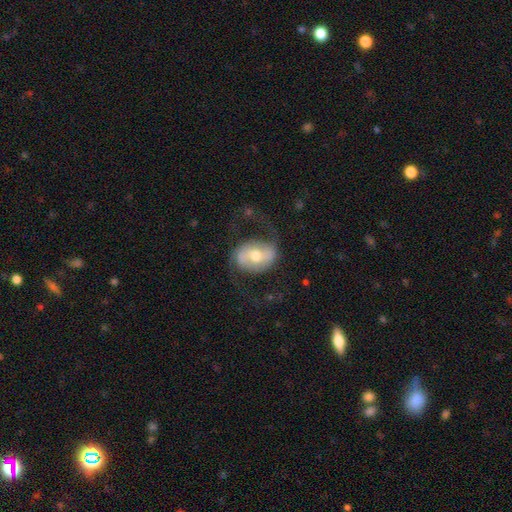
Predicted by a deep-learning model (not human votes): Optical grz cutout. It shows a featured or disk galaxy (73%) with a weak bar (40%), 2 (89%) loose (53%) spiral arms (87%) and a moderate central bulge (68%). Merging: none (64%).